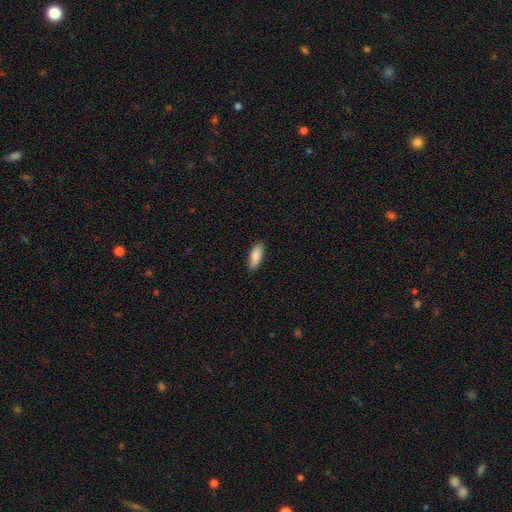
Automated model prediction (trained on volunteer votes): Smooth or featured: smooth — 89% (star or artifact — 6%)
How rounded: in between — 74% (cigar-shaped — 24%)
Merging: none — 86% (minor disturbance — 11%)